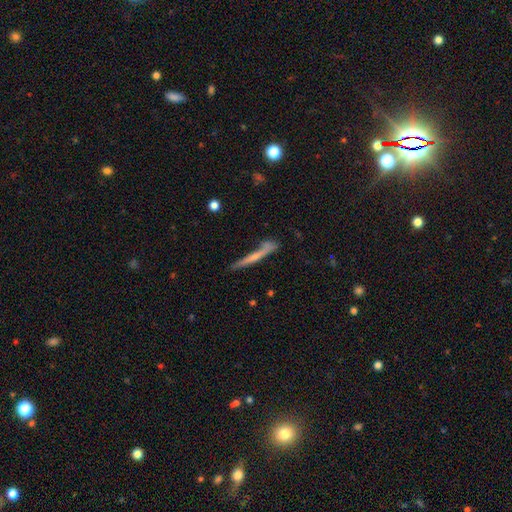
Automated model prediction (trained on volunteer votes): Overall: featured or disk (50%; smooth 43%). Merging: none (64%).